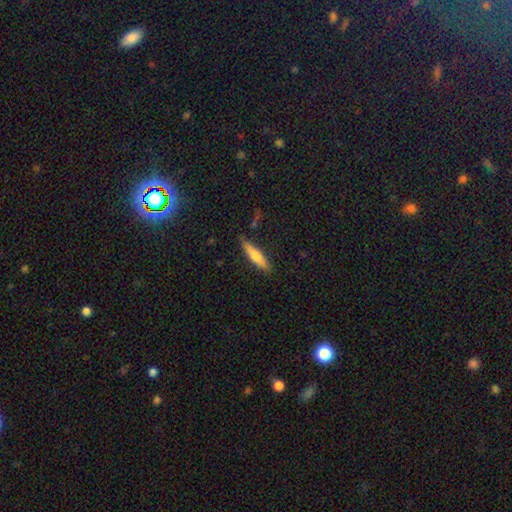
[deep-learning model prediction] Overall: smooth (58%; featured or disk 35%). How rounded: cigar-shaped (81%). Merging: none (83%).